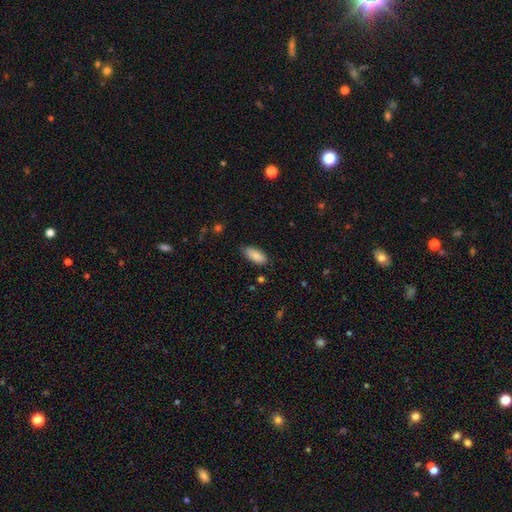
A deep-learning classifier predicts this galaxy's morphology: Smooth or featured? Predicted: smooth (p=0.88). How rounded? Predicted: in between (p=0.86). Merging? Predicted: none (p=0.77).